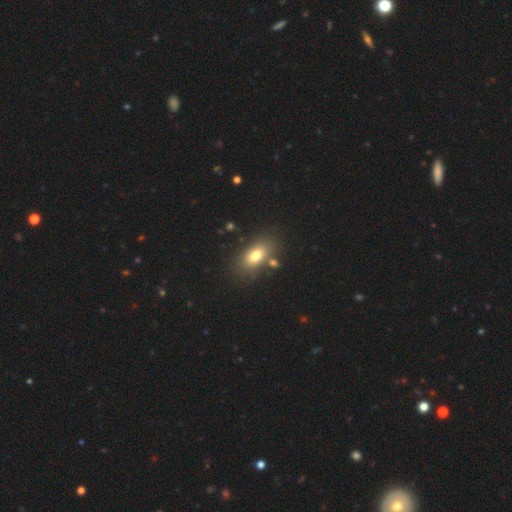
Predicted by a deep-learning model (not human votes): This appears to be a smooth galaxy with no disk features (76%) that is in between round and cigar-shaped (86%). Merging: none (74%).